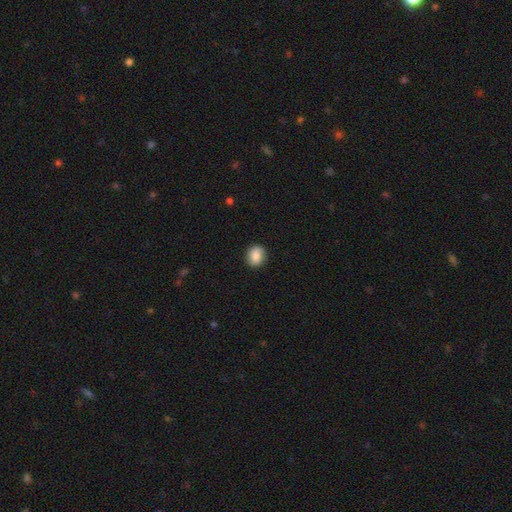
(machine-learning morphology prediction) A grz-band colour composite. It shows a smooth galaxy with no disk features (85%) that is round (75%). Merging: none (89%).